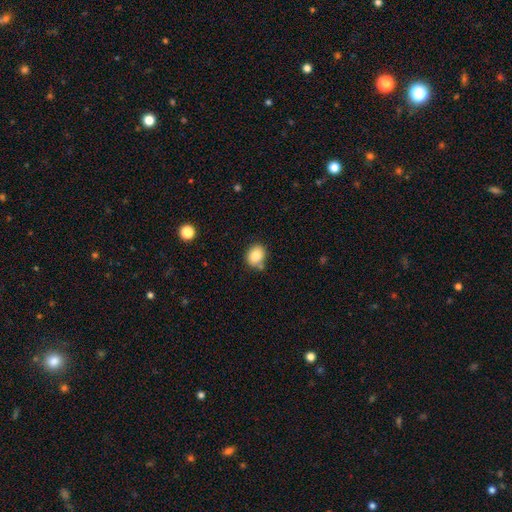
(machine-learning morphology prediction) type=smooth (81%); roundness=round (63%); merging=none (67%).